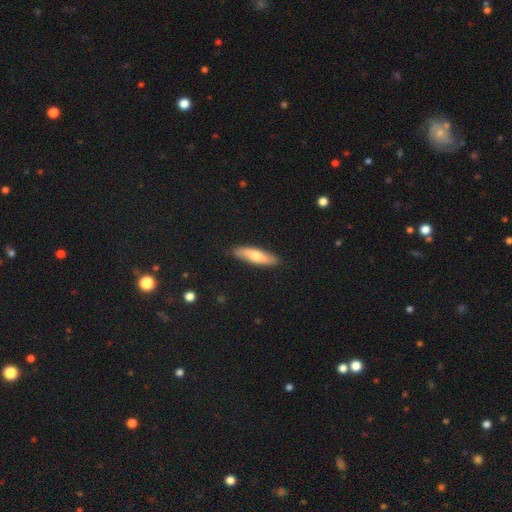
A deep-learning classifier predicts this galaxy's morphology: type=smooth (67%); roundness=cigar-shaped (62%); merging=none (87%).